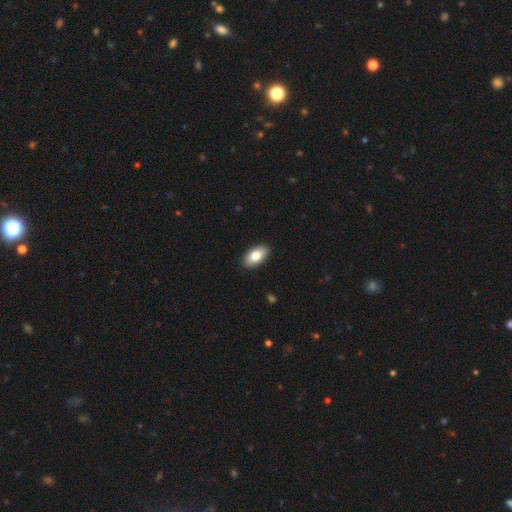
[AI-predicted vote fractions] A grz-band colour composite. It shows a smooth galaxy with no disk features (81%) that is in between round and cigar-shaped (94%). Merging: none (91%).